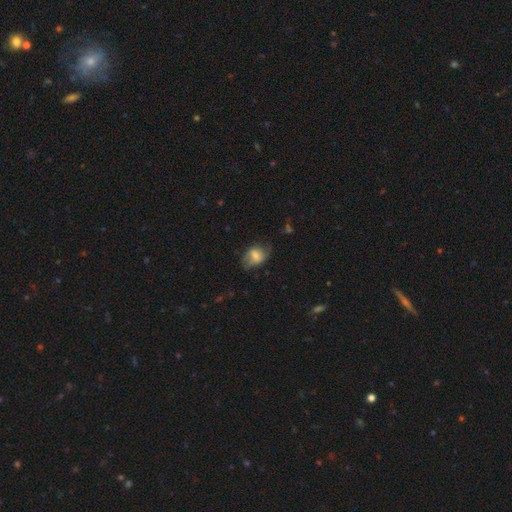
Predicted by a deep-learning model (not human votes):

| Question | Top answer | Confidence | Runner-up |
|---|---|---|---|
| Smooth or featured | smooth | 56% | featured or disk (36%) |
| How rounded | in between | 71% | round (28%) |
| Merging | none | 52% | minor disturbance (31%) |